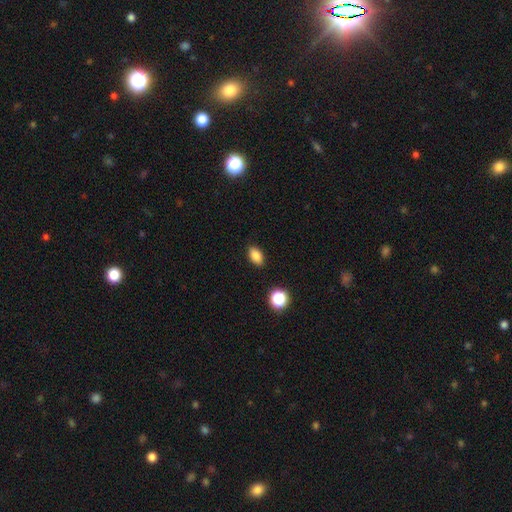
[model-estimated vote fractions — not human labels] Morphology: type=smooth (85%); roundness=in between (88%); merging=none (88%).